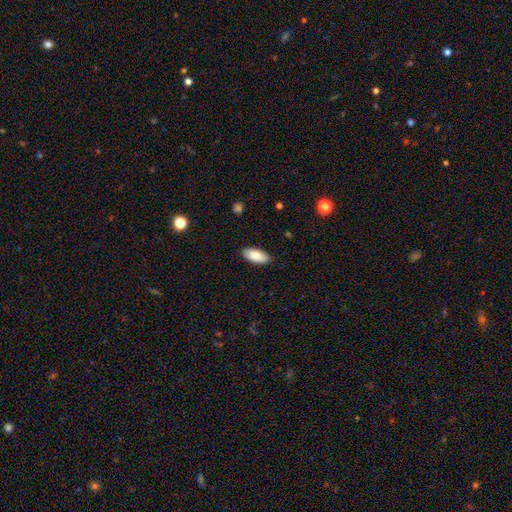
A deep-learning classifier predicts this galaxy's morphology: A smooth galaxy with no disk features (86%) that is in between round and cigar-shaped (89%).

Vote fractions:
- Smooth or featured? smooth: 86% / featured or disk: 9% / star or artifact: 6%
- How rounded? in between: 89% / cigar-shaped: 9% / round: 2%
- Merging? none: 88% / minor disturbance: 9% / major disturbance: 2% / merger: 1%